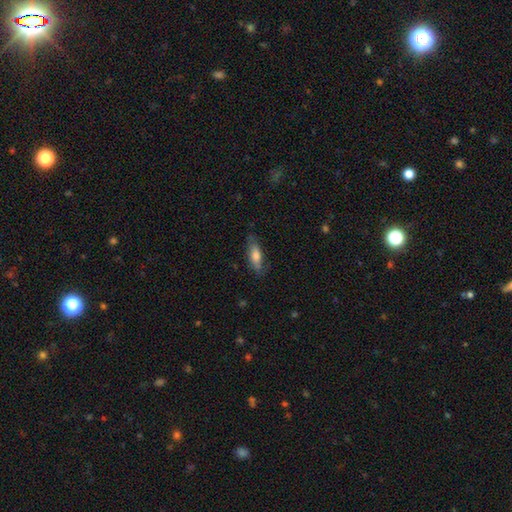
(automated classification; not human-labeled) Smooth or featured?
  - smooth: 69% *
  - featured or disk: 24%
  - star or artifact: 6%
How rounded?
  - in between: 63% *
  - cigar-shaped: 35%
  - round: 2%
Merging?
  - none: 74% *
  - minor disturbance: 20%
  - major disturbance: 5%
  - merger: 1%